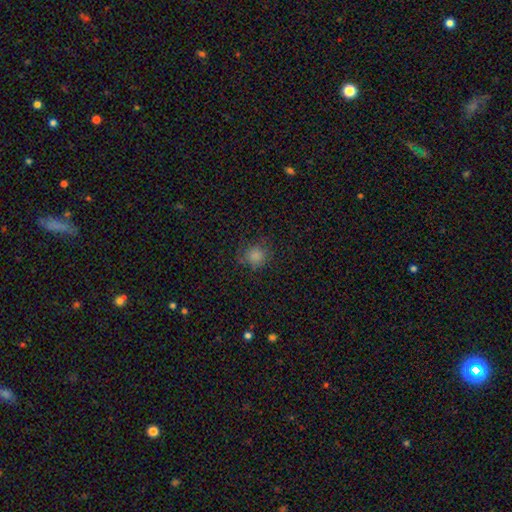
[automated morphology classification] A smooth galaxy with no disk features (82%) that is round (87%). Merging: none (75%).